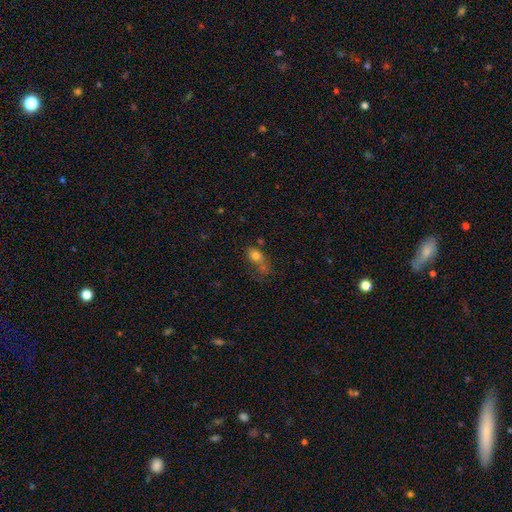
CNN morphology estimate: type=smooth (76%); roundness=in between (65%); merging=none (35%).